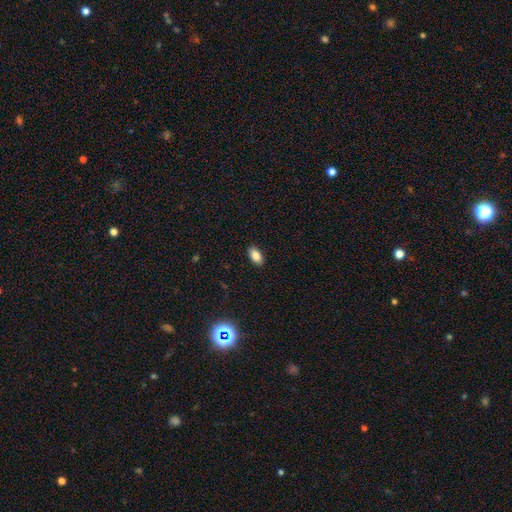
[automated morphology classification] Smooth or featured? Predicted: smooth (p=0.83). How rounded? Predicted: in between (p=0.92). Merging? Predicted: none (p=0.89).